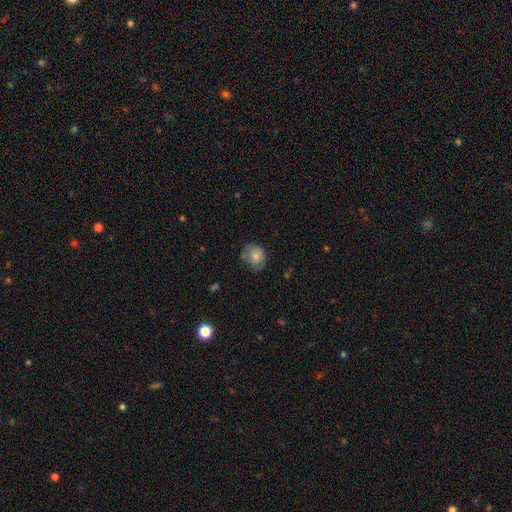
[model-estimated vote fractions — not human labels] Smooth or featured? Predicted: smooth (p=0.72). How rounded? Predicted: round (p=0.60). Merging? Predicted: none (p=0.55).